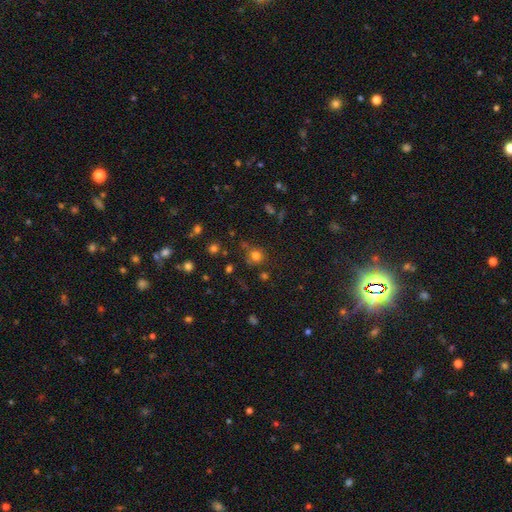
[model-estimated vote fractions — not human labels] smooth 74%, star or artifact 19%, featured or disk 7%. Down the decision tree: how rounded — round (88%); merging — none (71%).